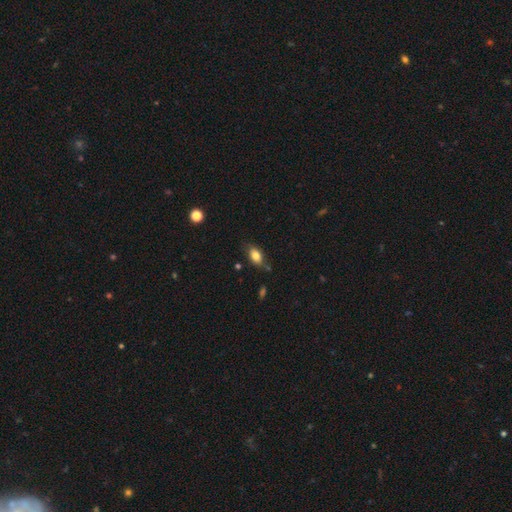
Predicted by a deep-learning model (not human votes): smooth-or-featured: smooth: 79% | featured or disk: 12% | star or artifact: 8%
  how-rounded: in between: 87% | round: 9% | cigar-shaped: 4%
  merging: none: 73% | minor disturbance: 19% | merger: 4% | major disturbance: 4%